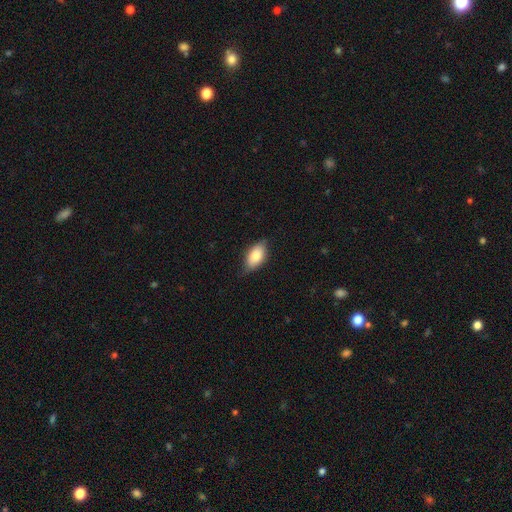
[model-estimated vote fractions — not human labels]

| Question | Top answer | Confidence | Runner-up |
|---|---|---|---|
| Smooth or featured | smooth | 80% | featured or disk (13%) |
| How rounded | in between | 91% | cigar-shaped (5%) |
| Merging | none | 74% | minor disturbance (21%) |